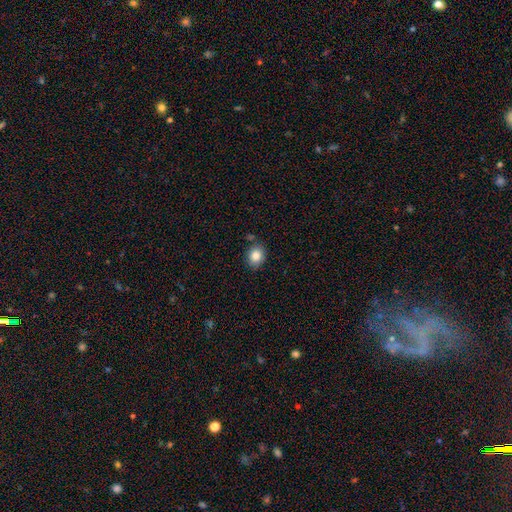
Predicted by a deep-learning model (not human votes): smooth 83%, star or artifact 9%, featured or disk 8%. Down the decision tree: how rounded — in between (50%); merging — none (80%).